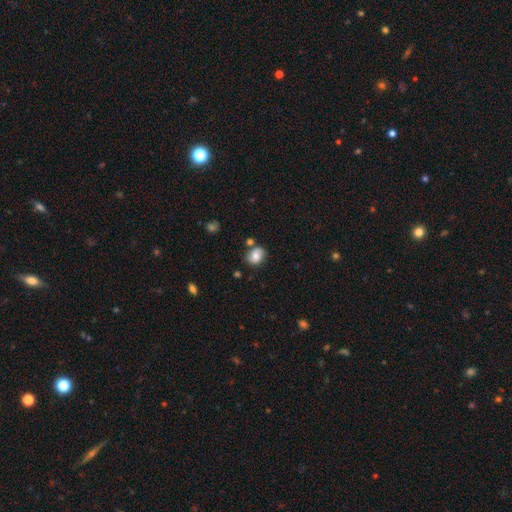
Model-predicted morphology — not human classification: Overall: smooth (75%). How rounded: in between (53%; round 46%). Merging: none (70%).